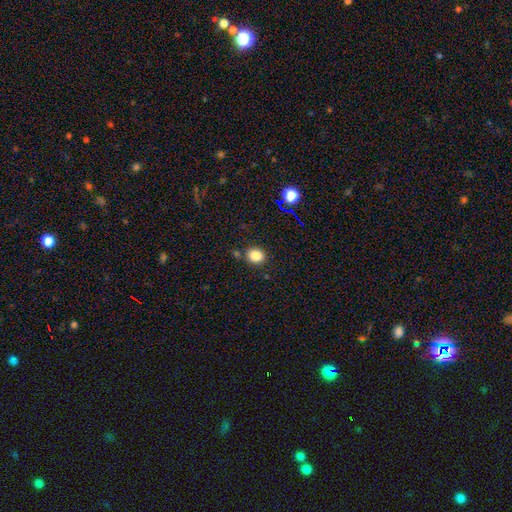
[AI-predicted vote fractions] smooth_or_featured: smooth (p=0.83) [alt: star or artifact p=0.12]
how_rounded: round (p=0.63) [alt: in between p=0.37]
merging: none (p=0.81) [alt: minor disturbance p=0.11]